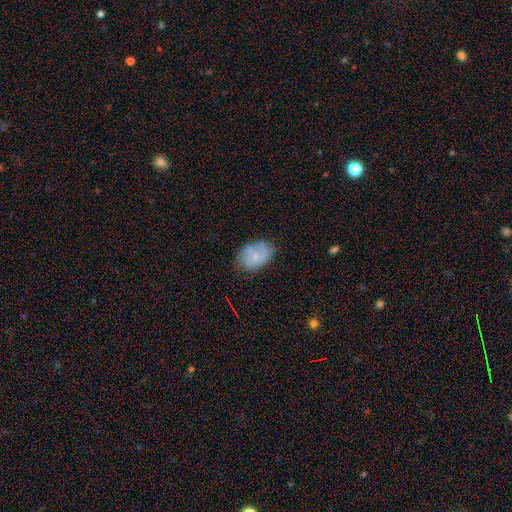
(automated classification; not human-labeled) A smooth galaxy with no disk features (55%) that is in between round and cigar-shaped (78%). Merging: none (65%).